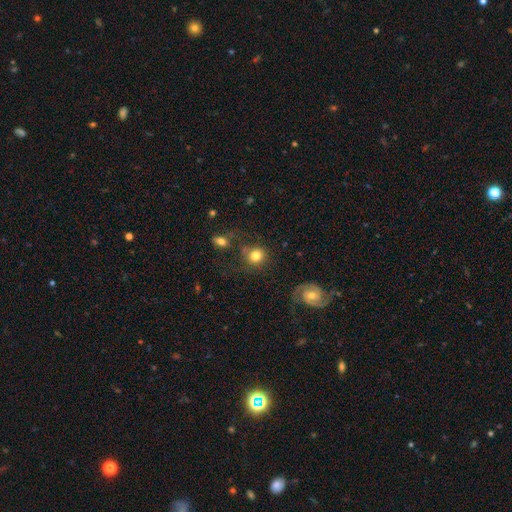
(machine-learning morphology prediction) Smooth or featured? Predicted: smooth (p=0.78). How rounded? Predicted: round (p=0.85). Merging? Predicted: none (p=0.62).